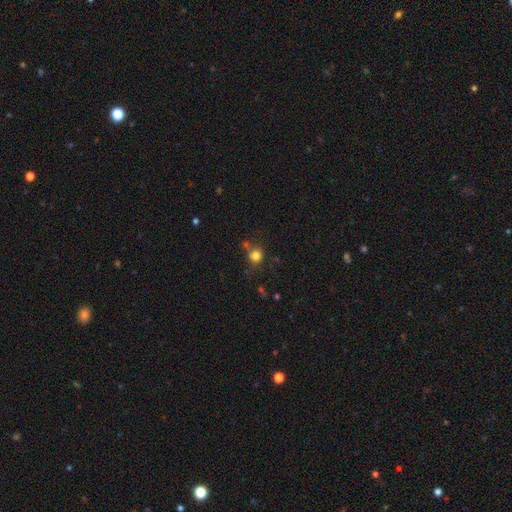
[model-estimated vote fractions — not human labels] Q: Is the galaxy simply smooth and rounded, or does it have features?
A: smooth — 79%.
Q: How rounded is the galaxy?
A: round — 82%.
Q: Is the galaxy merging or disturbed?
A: none — 64%.